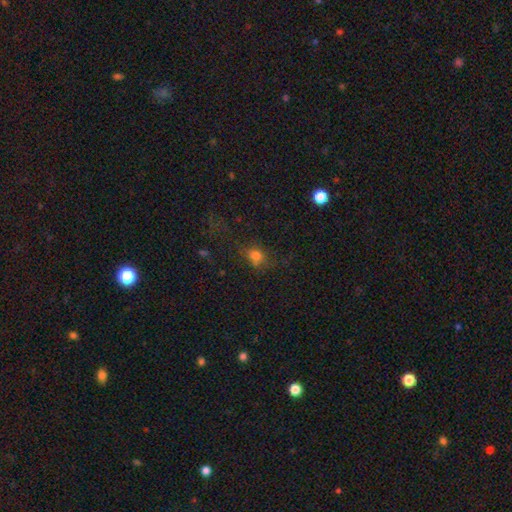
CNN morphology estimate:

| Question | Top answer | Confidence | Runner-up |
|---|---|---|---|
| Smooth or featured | smooth | 66% | star or artifact (23%) |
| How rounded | round | 52% | in between (45%) |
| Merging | none | 56% | minor disturbance (20%) |